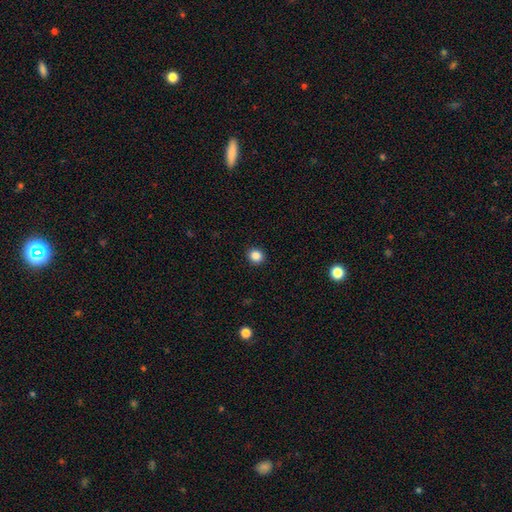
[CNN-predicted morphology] smooth-or-featured: smooth: 86% | star or artifact: 11% | featured or disk: 3%
  how-rounded: round: 84% | in between: 15% | cigar-shaped: 1%
  merging: none: 92% | minor disturbance: 5% | major disturbance: 2% | merger: 1%